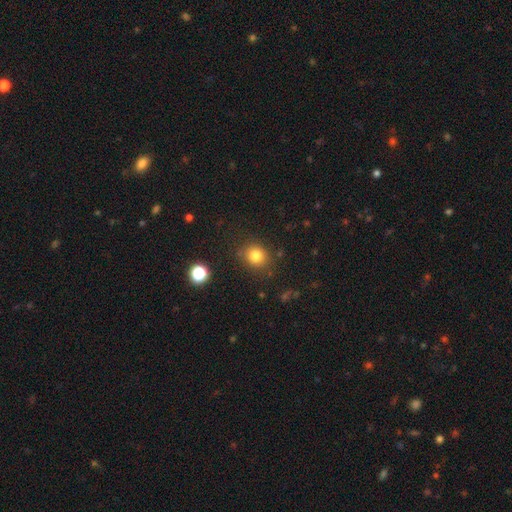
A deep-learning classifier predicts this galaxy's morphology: Smooth or featured? smooth (81%)
How rounded? round (78%)
Merging? none (85%)